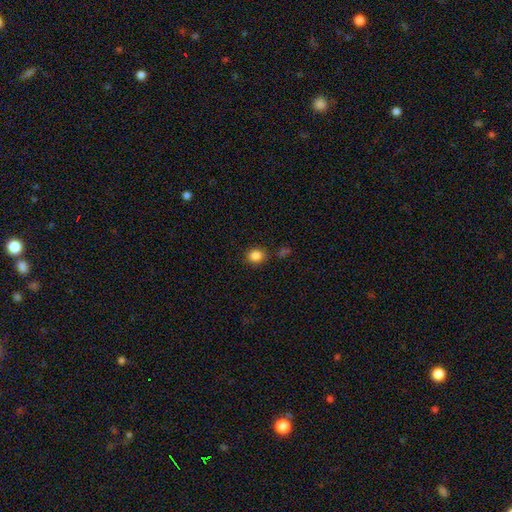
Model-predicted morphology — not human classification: Smooth or featured: smooth — 85% (star or artifact — 11%)
How rounded: round — 65% (in between — 34%)
Merging: none — 81% (minor disturbance — 11%)